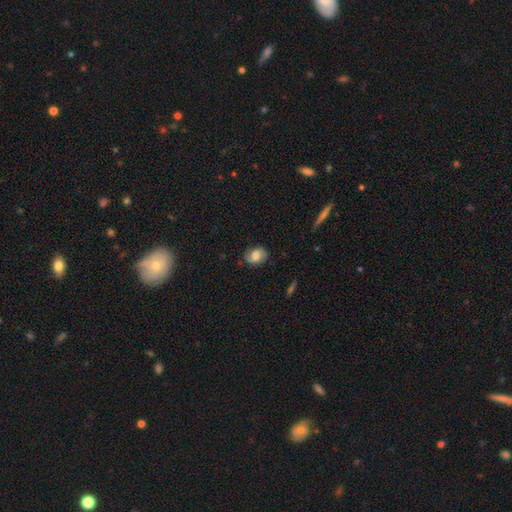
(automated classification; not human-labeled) Overall: smooth (47%; featured or disk 45%). Merging: none (79%).